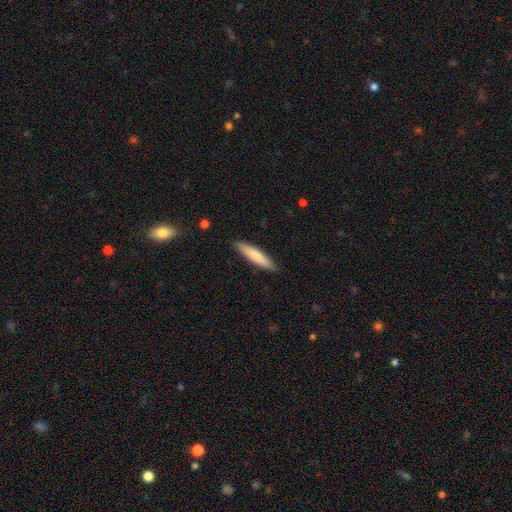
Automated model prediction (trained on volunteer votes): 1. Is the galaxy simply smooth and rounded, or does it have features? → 76% smooth, 19% featured or disk, 5% star or artifact.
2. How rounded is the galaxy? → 86% cigar-shaped, 13% in between, 1% round.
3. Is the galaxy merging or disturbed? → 89% none, 8% minor disturbance, 2% major disturbance, 1% merger.